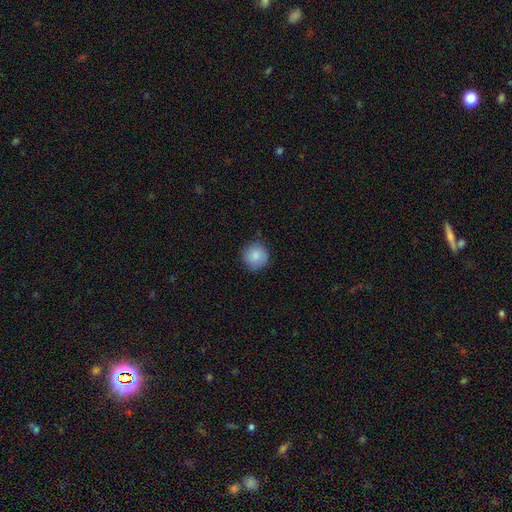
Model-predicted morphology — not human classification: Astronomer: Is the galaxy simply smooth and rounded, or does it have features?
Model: smooth — 86%.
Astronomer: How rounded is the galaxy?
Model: round — 92%.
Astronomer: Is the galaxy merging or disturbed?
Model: none — 81%.